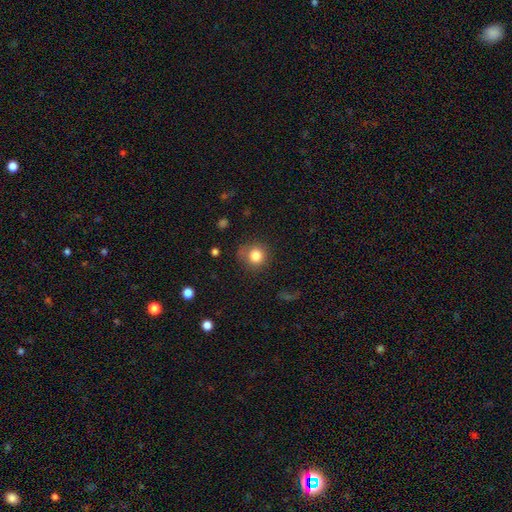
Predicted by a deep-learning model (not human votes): Smooth or featured: smooth — 82% (star or artifact — 11%)
How rounded: round — 88% (in between — 11%)
Merging: none — 73% (minor disturbance — 18%)